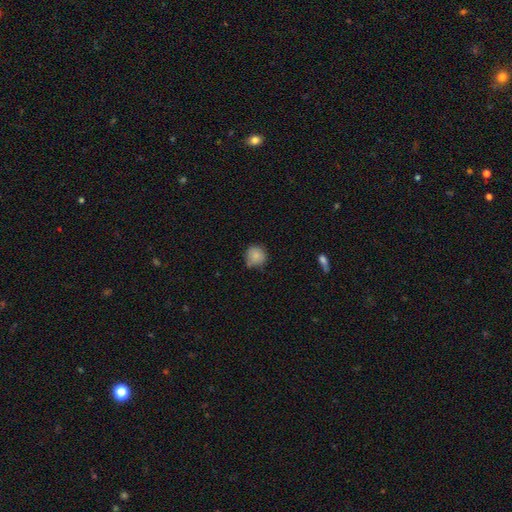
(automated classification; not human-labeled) A smooth galaxy with no disk features (84%) that is round (91%).

Vote fractions:
- Smooth or featured? smooth: 84% / star or artifact: 9% / featured or disk: 7%
- How rounded? round: 91% / in between: 8% / cigar-shaped: 1%
- Merging? none: 69% / minor disturbance: 24% / major disturbance: 4% / merger: 3%